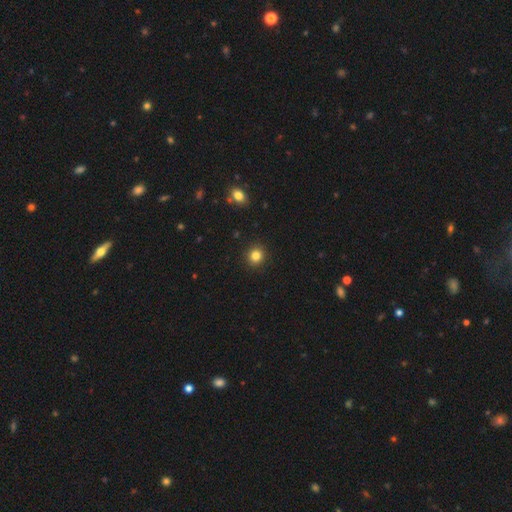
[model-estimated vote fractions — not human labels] Q: Smooth or featured?
A: smooth (83%); runner-up: star or artifact (12%)
Q: How rounded?
A: round (87%); runner-up: in between (12%)
Q: Merging?
A: none (91%); runner-up: minor disturbance (6%)